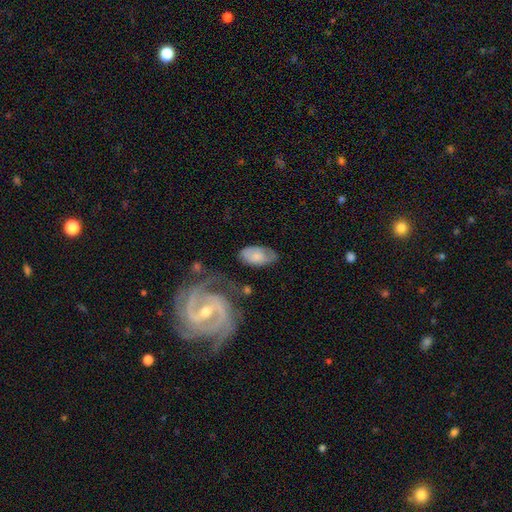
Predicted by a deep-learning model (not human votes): This is likely a smooth galaxy (66%). How rounded: clearly in between (94%). Merging: likely none (60%).